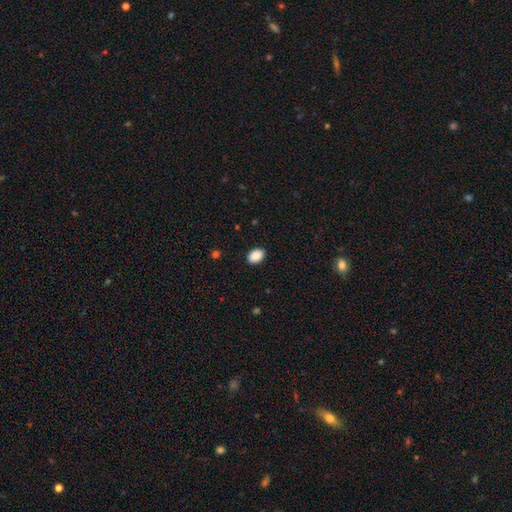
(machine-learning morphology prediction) A smooth galaxy with no disk features (90%) that is in between round and cigar-shaped (85%). Merging: none (90%).